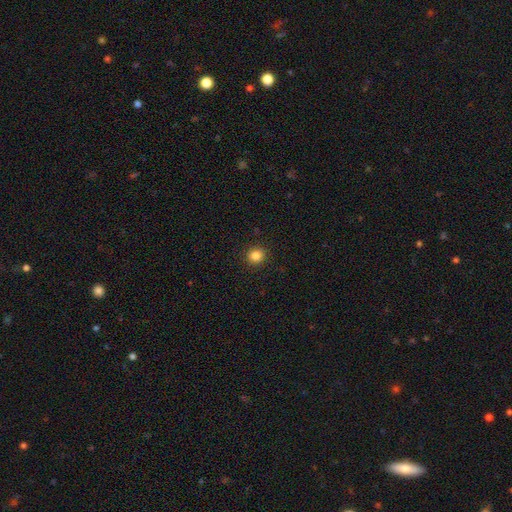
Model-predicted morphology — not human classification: Q: Smooth or featured?
A: smooth (84%); runner-up: star or artifact (12%)
Q: How rounded?
A: round (91%); runner-up: in between (8%)
Q: Merging?
A: none (92%); runner-up: minor disturbance (5%)